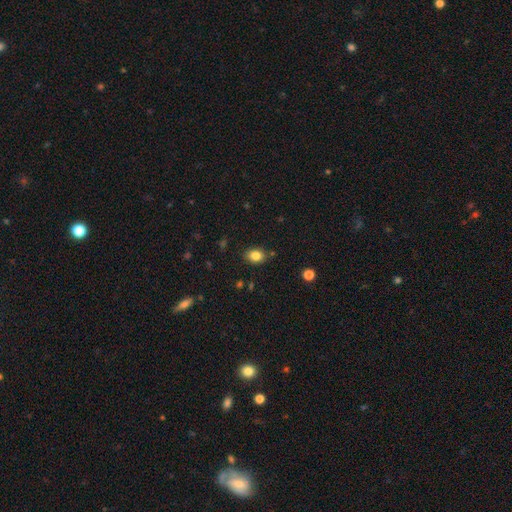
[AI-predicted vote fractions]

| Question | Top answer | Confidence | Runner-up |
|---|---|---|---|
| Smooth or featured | smooth | 83% | star or artifact (10%) |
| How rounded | in between | 66% | round (33%) |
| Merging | none | 84% | minor disturbance (11%) |